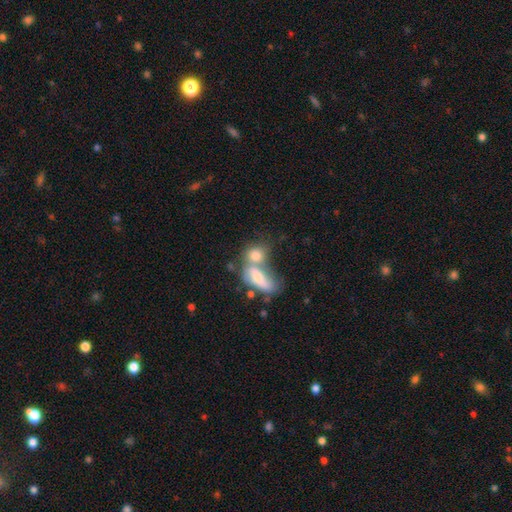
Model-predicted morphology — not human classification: smooth_or_featured: smooth (p=0.73) [alt: featured or disk p=0.19]
how_rounded: in between (p=0.61) [alt: round p=0.31]
merging: merger (p=0.63) [alt: none p=0.23]